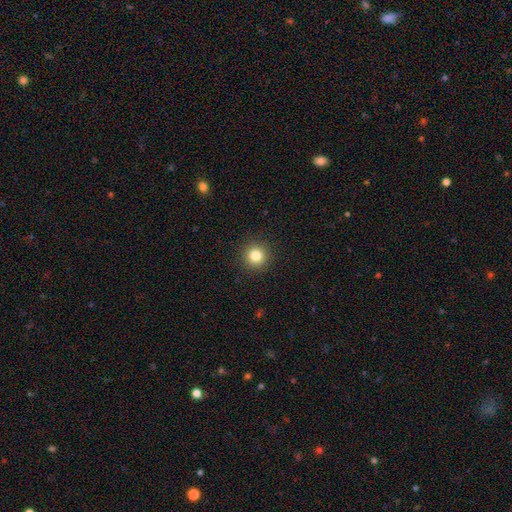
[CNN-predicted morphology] Overall: smooth (82%). How rounded: round (95%). Merging: none (92%).